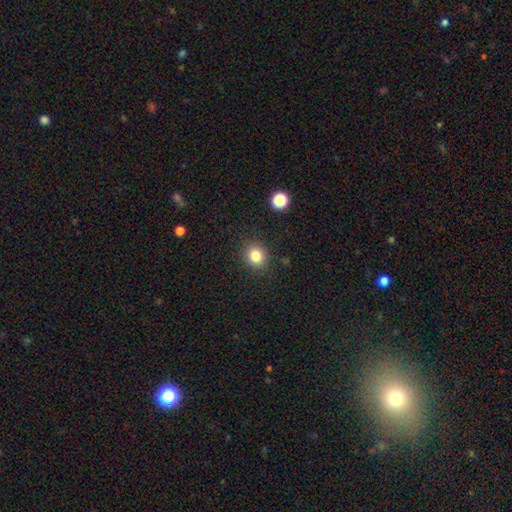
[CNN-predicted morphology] Q: Smooth or featured?
A: smooth (82%); runner-up: star or artifact (12%)
Q: How rounded?
A: round (76%); runner-up: in between (23%)
Q: Merging?
A: none (89%); runner-up: minor disturbance (8%)